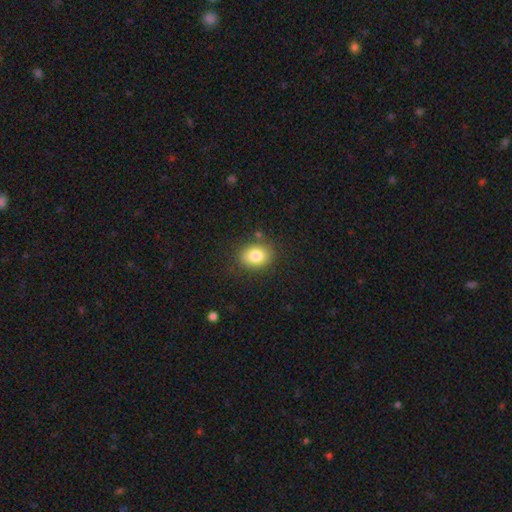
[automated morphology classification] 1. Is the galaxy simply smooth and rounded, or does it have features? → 82% smooth, 10% star or artifact, 9% featured or disk.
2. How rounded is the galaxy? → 56% in between, 43% round, 1% cigar-shaped.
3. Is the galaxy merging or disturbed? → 82% none, 12% minor disturbance, 3% major disturbance, 3% merger.